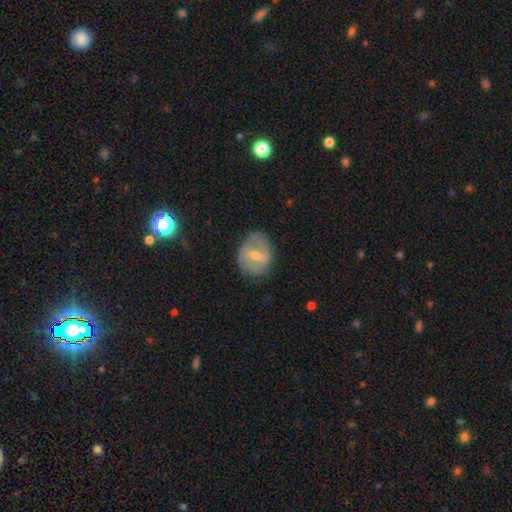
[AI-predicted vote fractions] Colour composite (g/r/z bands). It shows a featured or disk galaxy (50%). Merging: none (67%).